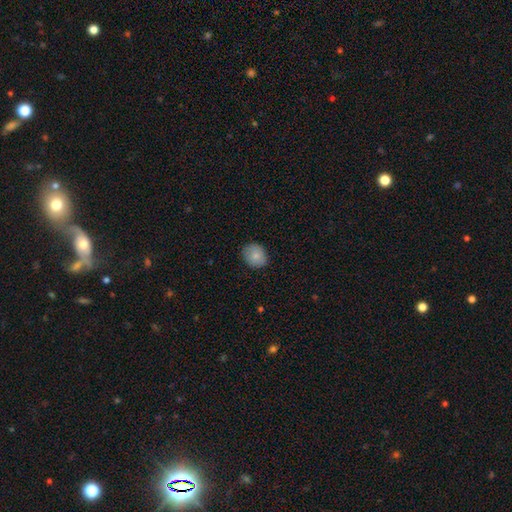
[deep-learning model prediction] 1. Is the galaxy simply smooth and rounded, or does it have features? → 83% smooth, 10% featured or disk, 8% star or artifact.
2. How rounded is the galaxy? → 65% round, 34% in between, 1% cigar-shaped.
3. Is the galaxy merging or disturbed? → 83% none, 13% minor disturbance, 3% major disturbance, 1% merger.